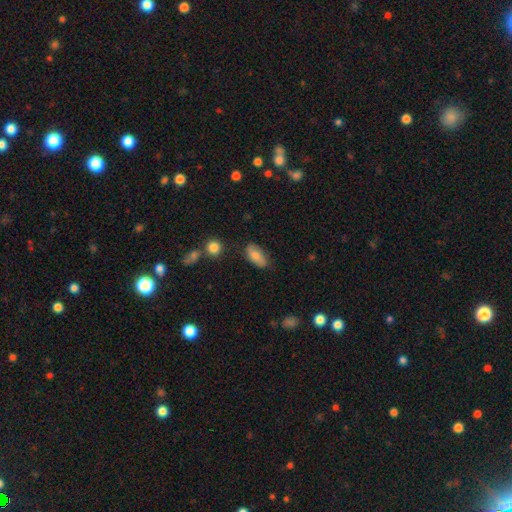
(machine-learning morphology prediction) Smooth or featured? smooth (78%)
How rounded? in between (90%)
Merging? none (72%)